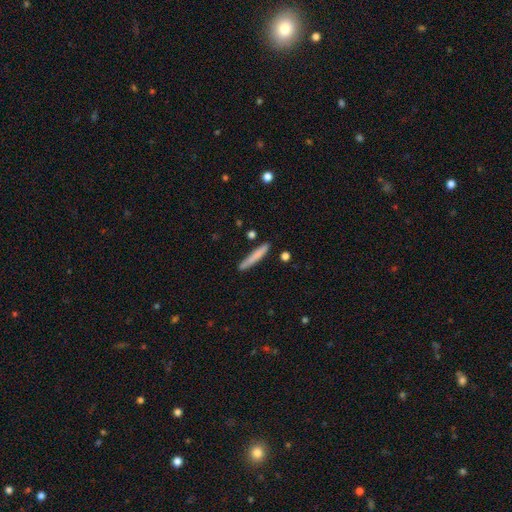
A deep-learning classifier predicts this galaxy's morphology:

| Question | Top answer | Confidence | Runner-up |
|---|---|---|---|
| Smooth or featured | smooth | 75% | featured or disk (18%) |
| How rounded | cigar-shaped | 95% | in between (4%) |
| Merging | none | 84% | minor disturbance (11%) |